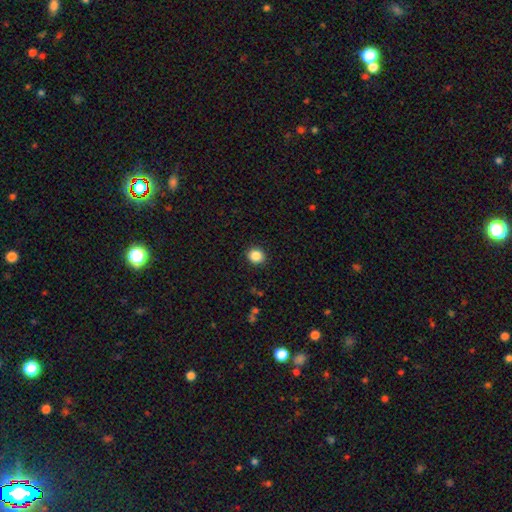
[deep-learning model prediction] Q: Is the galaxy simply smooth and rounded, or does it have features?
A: smooth — 87%.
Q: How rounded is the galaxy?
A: round — 85%.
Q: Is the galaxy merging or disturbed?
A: none — 92%.